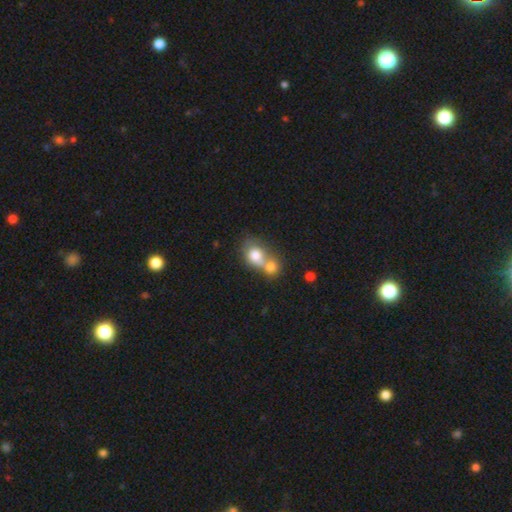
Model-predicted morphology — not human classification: Smooth or featured? Predicted: smooth (p=0.75). How rounded? Predicted: round (p=0.56). Merging? Predicted: merger (p=0.70).